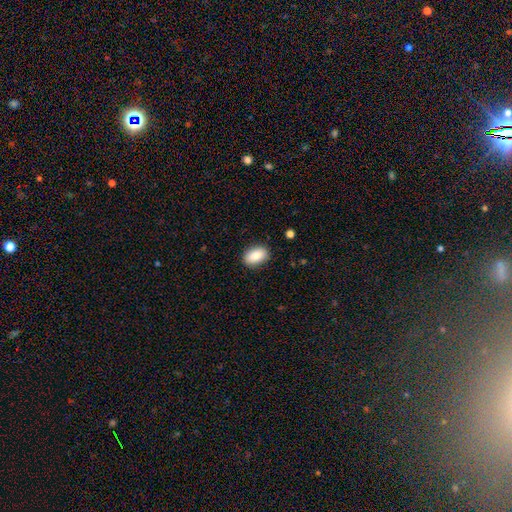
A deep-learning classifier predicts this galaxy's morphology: smooth_or_featured: smooth (p=0.87) [alt: star or artifact p=0.07]
how_rounded: in between (p=0.90) [alt: round p=0.09]
merging: none (p=0.88) [alt: minor disturbance p=0.09]